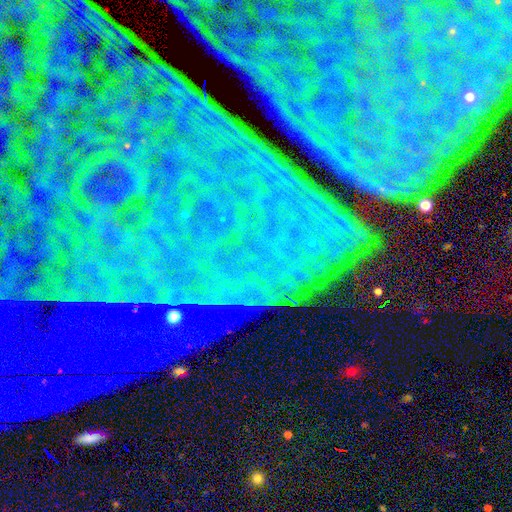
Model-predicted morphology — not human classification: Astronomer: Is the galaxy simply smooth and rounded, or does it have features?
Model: star or artifact — 85%.